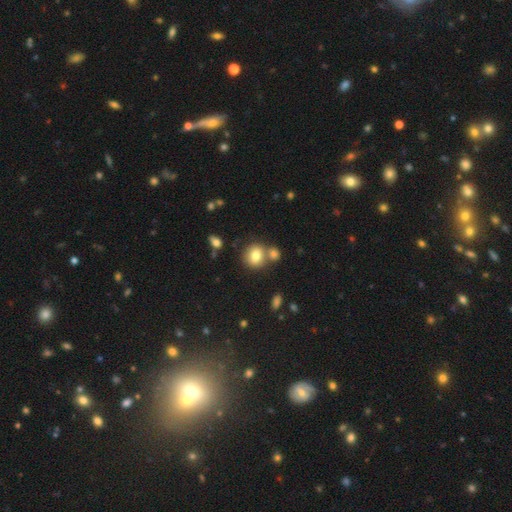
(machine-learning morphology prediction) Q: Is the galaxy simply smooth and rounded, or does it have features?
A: smooth — 78%.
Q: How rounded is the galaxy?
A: round — 75%.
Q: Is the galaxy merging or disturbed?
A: none — 59%.